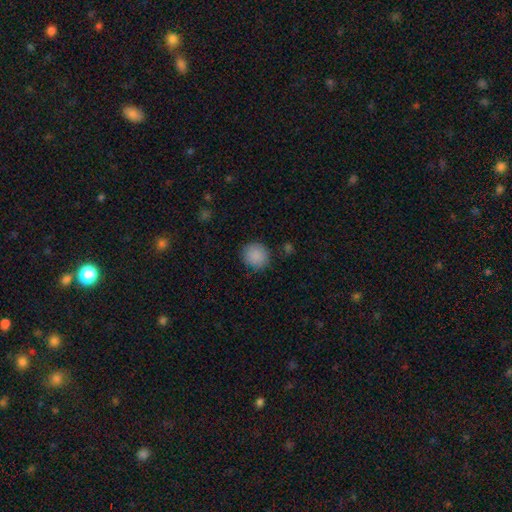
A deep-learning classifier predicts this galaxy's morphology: Smooth or featured? smooth (88%)
How rounded? round (89%)
Merging? none (87%)